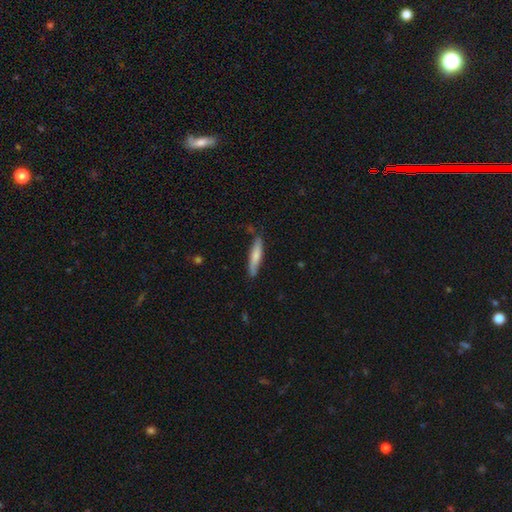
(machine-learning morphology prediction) smooth 70%, featured or disk 25%, star or artifact 5%. Down the decision tree: how rounded — cigar-shaped (85%); merging — none (79%).